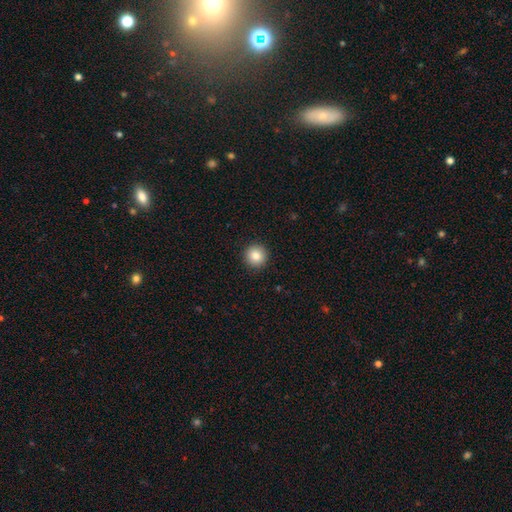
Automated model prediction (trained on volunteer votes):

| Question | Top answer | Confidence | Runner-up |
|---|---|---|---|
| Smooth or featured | smooth | 84% | star or artifact (10%) |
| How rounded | round | 95% | in between (4%) |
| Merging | none | 93% | minor disturbance (5%) |